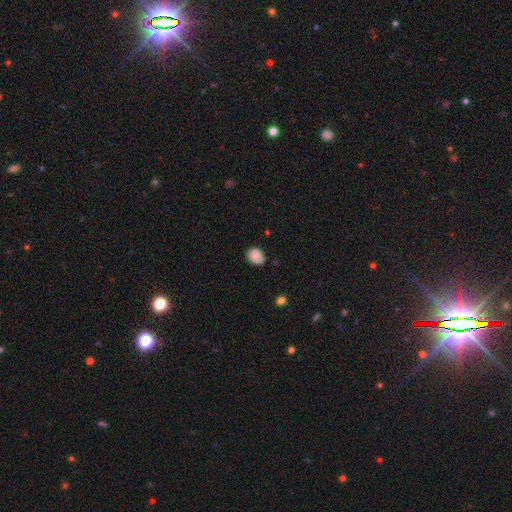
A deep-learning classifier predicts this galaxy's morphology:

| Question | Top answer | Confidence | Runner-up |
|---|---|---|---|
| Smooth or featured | smooth | 83% | featured or disk (9%) |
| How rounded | in between | 55% | round (44%) |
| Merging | none | 77% | minor disturbance (18%) |